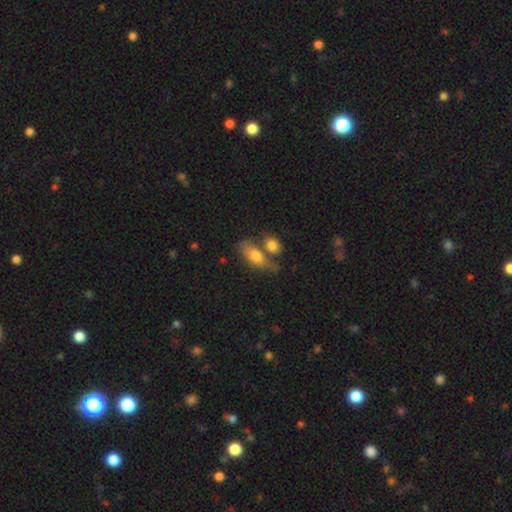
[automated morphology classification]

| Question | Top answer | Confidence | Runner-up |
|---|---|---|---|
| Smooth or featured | smooth | 70% | featured or disk (23%) |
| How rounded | in between | 79% | cigar-shaped (13%) |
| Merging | none | 38% | merger (37%) |